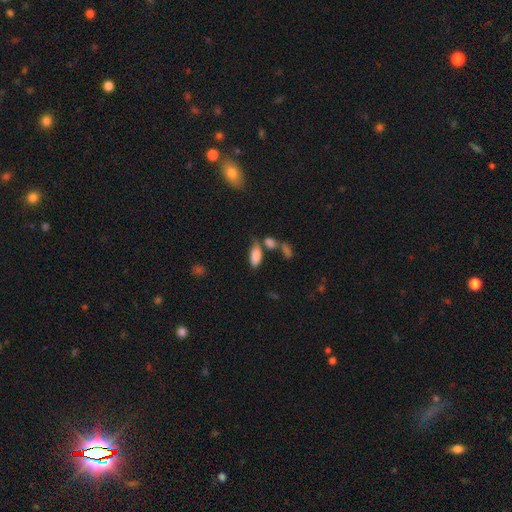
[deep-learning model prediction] Q: Smooth or featured?
A: smooth (83%); runner-up: featured or disk (9%)
Q: How rounded?
A: in between (87%); runner-up: cigar-shaped (10%)
Q: Merging?
A: none (51%); runner-up: merger (24%)